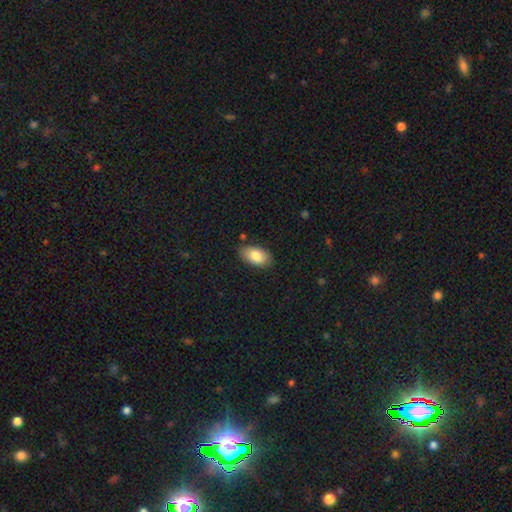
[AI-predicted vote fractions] Morphology: type=smooth (82%); roundness=in between (94%); merging=none (83%).